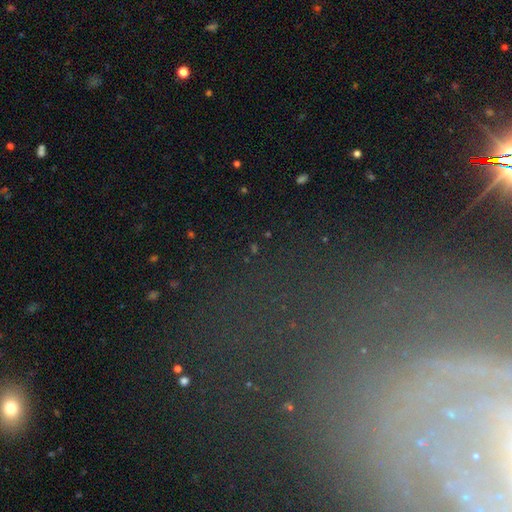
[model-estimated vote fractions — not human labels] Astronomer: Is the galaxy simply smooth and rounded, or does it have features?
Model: star or artifact — 48% (runner-up: featured or disk, 32%).